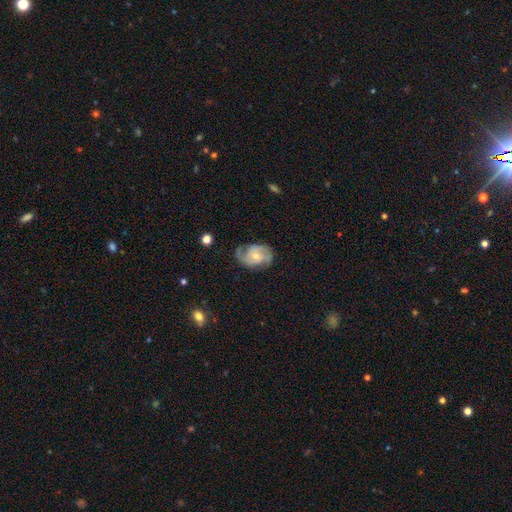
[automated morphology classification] A featured or disk galaxy (81%) with no bar (57%), 2 (62%) medium (49%) spiral arms (95%) and a small central bulge (51%). Merging: none (66%).